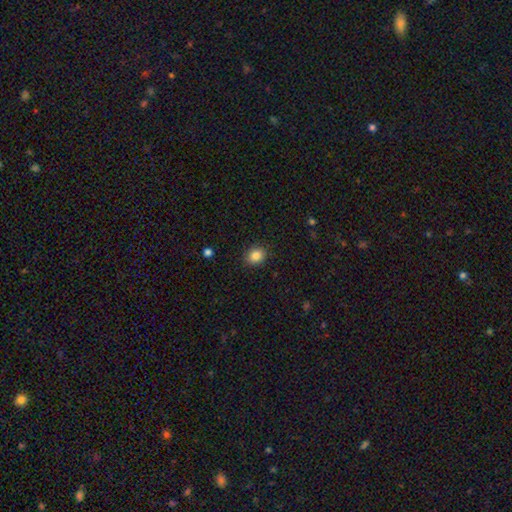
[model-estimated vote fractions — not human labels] The model was most divided on "how rounded": round: 62%, in between: 37%, cigar-shaped: 1%. More confident: merging — none (89%); smooth or featured — smooth (85%).